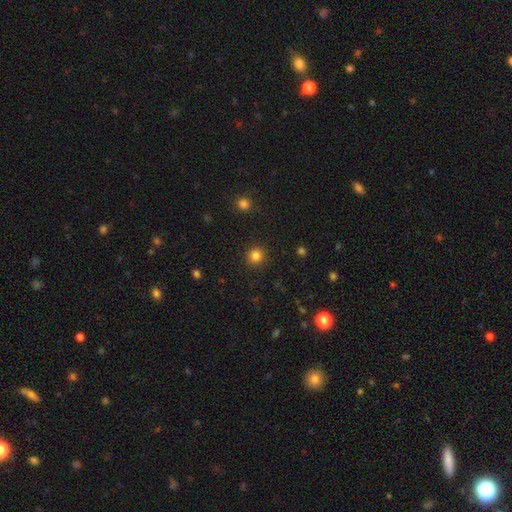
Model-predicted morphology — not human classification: Smooth or featured? smooth (84%)
How rounded? round (93%)
Merging? none (92%)